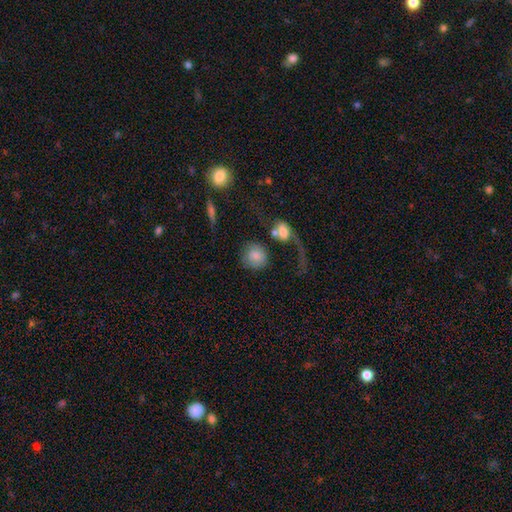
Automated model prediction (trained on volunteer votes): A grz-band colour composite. It shows a smooth galaxy with no disk features (74%) that is round (85%). Merging: none (48%).